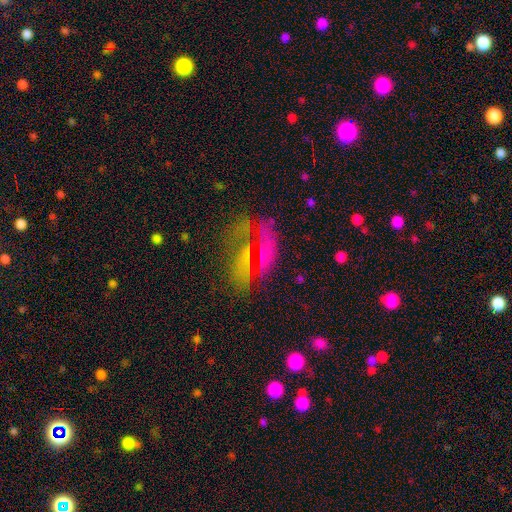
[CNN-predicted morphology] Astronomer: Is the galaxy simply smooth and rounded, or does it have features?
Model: featured or disk — 46% (runner-up: smooth, 30%).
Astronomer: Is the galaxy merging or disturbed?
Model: major disturbance — 32% (runner-up: none, 31%).